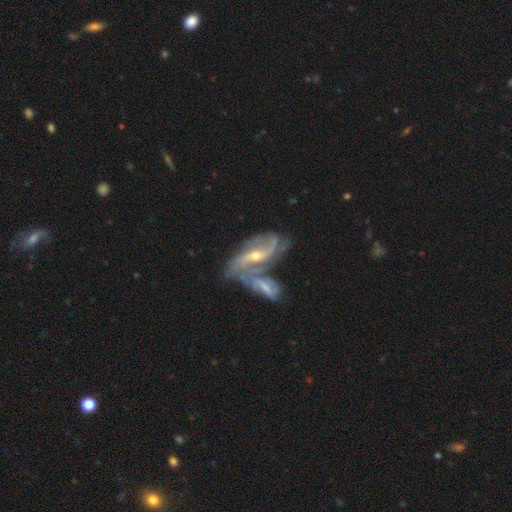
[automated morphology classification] This is clearly a featured or disk galaxy (86%). It is clearly not viewed edge-on (91%). Bar: marginally weak (42%). Spiral arm pattern: clearly yes (95%). Spiral arm count: likely 2 (70%). Spiral winding: marginally medium (43%). Central bulge: possibly small (49%). Merging: possibly merger (47%).